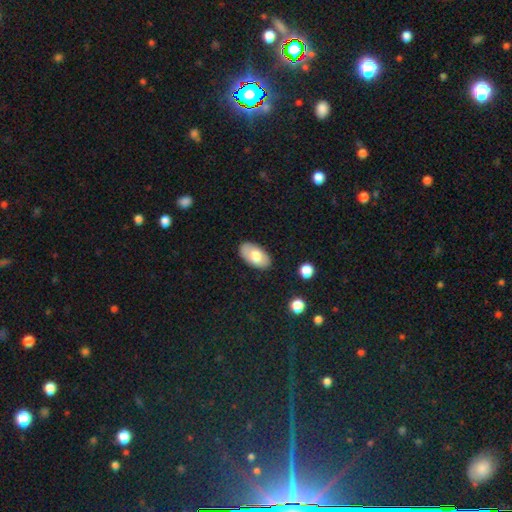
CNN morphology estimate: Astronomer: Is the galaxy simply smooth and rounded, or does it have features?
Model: smooth — 71%.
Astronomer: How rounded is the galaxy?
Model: in between — 95%.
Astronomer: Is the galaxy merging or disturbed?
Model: none — 85%.